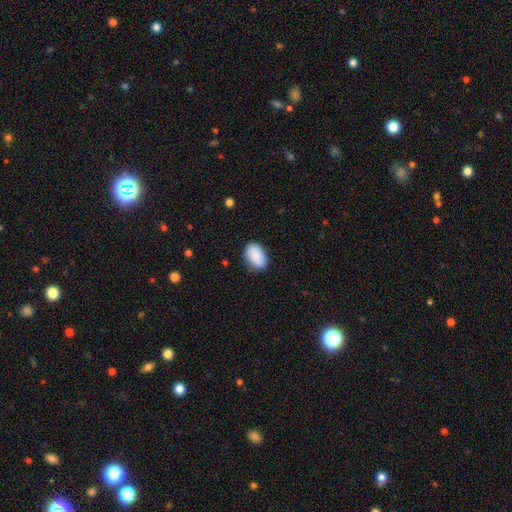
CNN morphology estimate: Smooth or featured? smooth (89%)
How rounded? in between (88%)
Merging? none (79%)